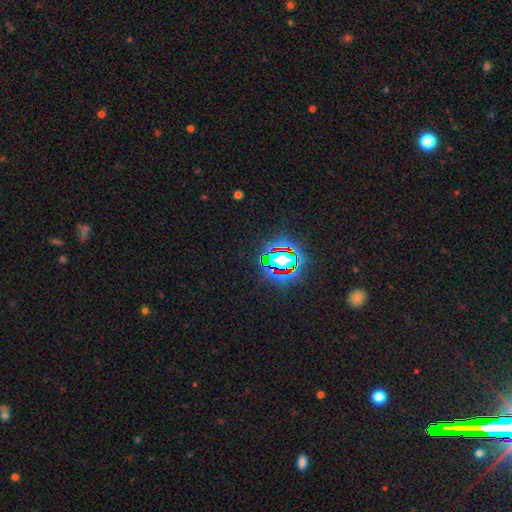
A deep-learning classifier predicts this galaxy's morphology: This appears to be a star or artifact, not a galaxy (80%).